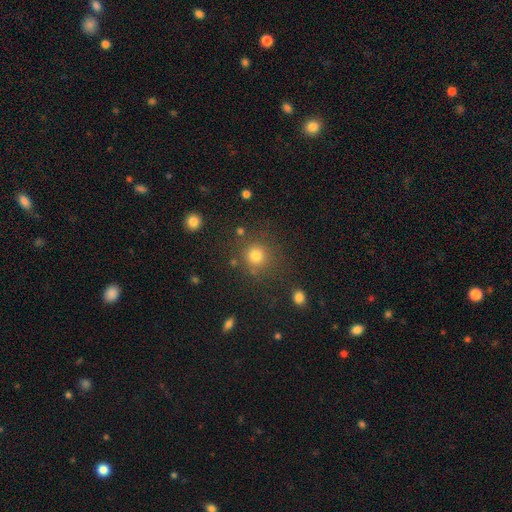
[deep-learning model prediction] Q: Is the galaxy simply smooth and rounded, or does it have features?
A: smooth — 79%.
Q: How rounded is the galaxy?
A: round — 92%.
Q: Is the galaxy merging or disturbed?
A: none — 80%.